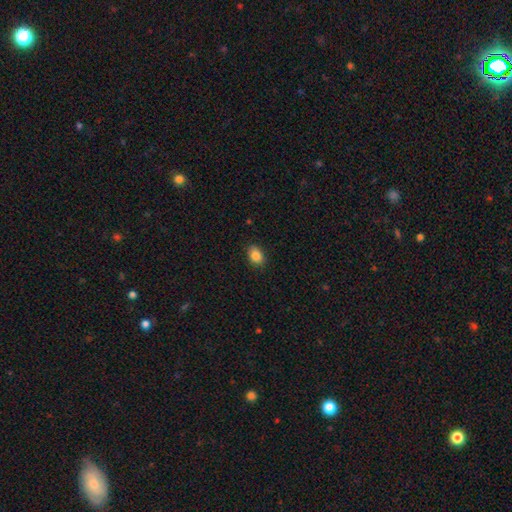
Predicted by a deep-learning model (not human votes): Smooth or featured? Predicted: smooth (p=0.85). How rounded? Predicted: in between (p=0.74). Merging? Predicted: none (p=0.87).